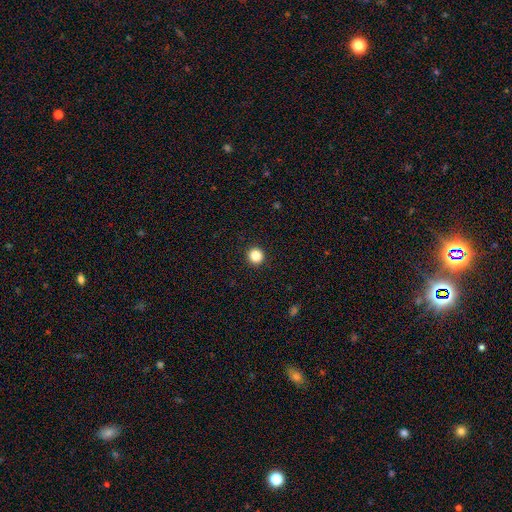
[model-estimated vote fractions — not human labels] A smooth galaxy with no disk features (86%) that is round (95%).

Vote fractions:
- Smooth or featured? smooth: 86% / star or artifact: 11% / featured or disk: 3%
- How rounded? round: 95% / in between: 4% / cigar-shaped: 1%
- Merging? none: 94% / minor disturbance: 4% / major disturbance: 1% / merger: 1%